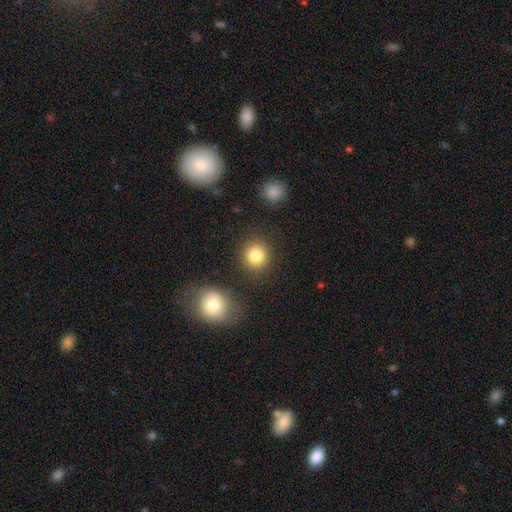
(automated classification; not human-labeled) Overall: smooth (83%). How rounded: round (88%). Merging: none (85%).